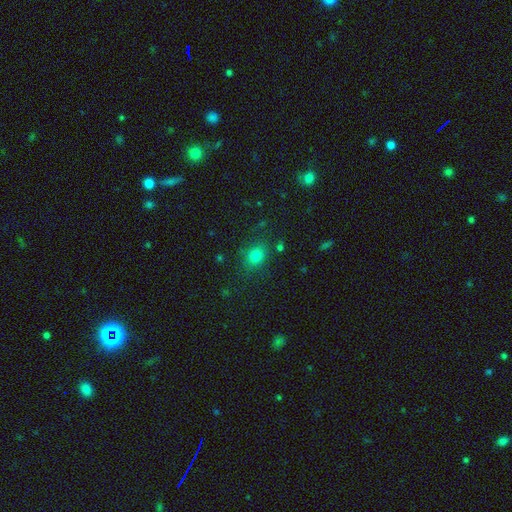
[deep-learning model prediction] smooth 77%, star or artifact 15%, featured or disk 7%. Down the decision tree: how rounded — round (59%); merging — none (81%).